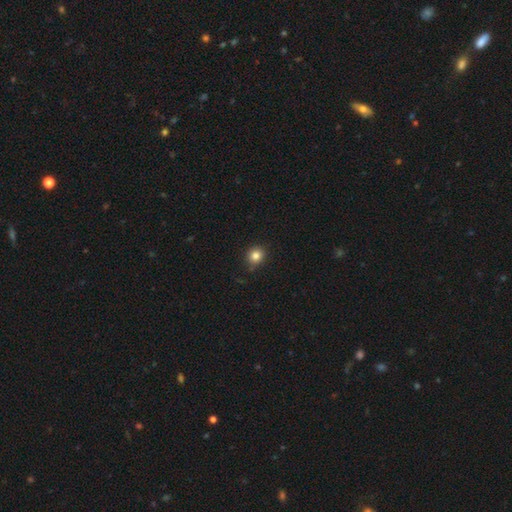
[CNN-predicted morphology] This is clearly a smooth galaxy (84%). How rounded: clearly round (84%). Merging: clearly none (87%).